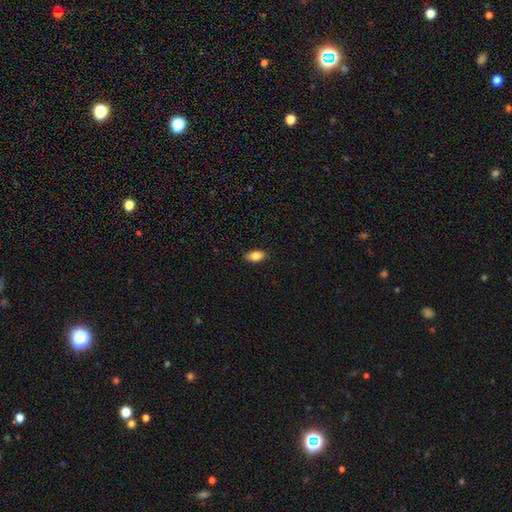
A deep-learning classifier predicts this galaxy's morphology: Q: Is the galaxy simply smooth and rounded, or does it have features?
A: smooth — 78%.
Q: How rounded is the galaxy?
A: in between — 87%.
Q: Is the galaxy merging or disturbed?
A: none — 88%.